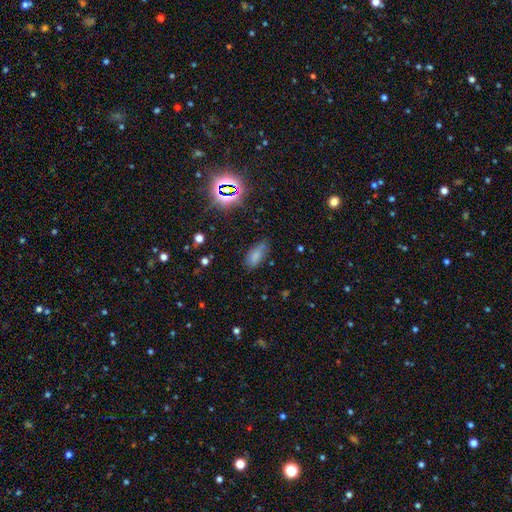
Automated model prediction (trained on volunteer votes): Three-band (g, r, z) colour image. It shows a smooth galaxy with no disk features (73%) that is in between round and cigar-shaped (88%). Merging: none (65%).